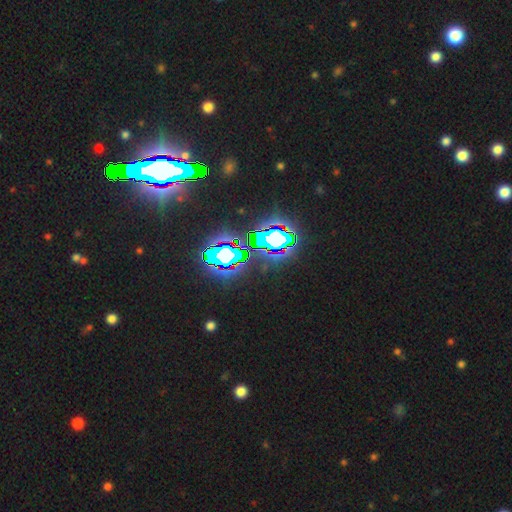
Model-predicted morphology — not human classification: This appears to be a star or artifact, not a galaxy (85%).